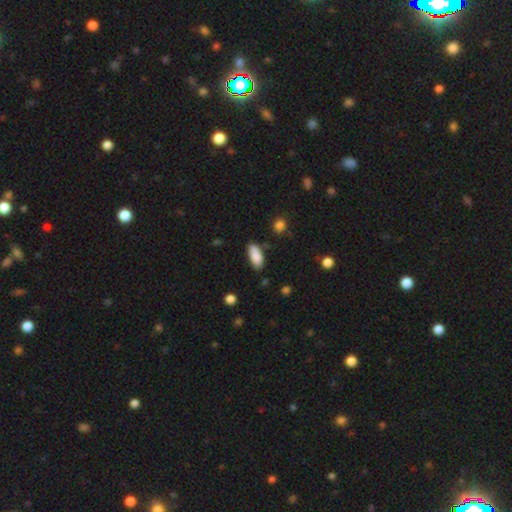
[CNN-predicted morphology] smooth 88%, star or artifact 7%, featured or disk 5%. Down the decision tree: how rounded — in between (84%); merging — none (79%).